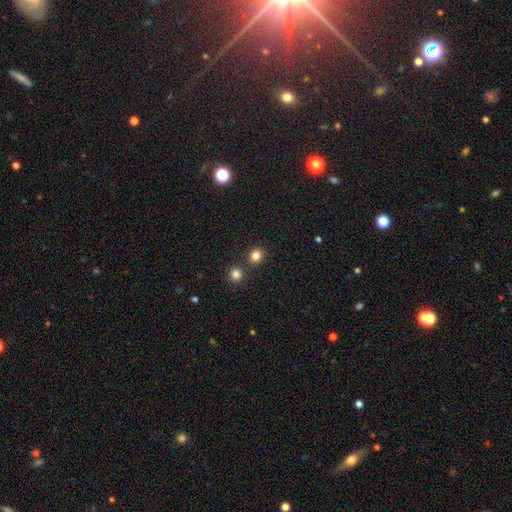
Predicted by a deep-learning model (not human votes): Morphology: type=smooth (82%); roundness=round (83%); merging=none (80%).